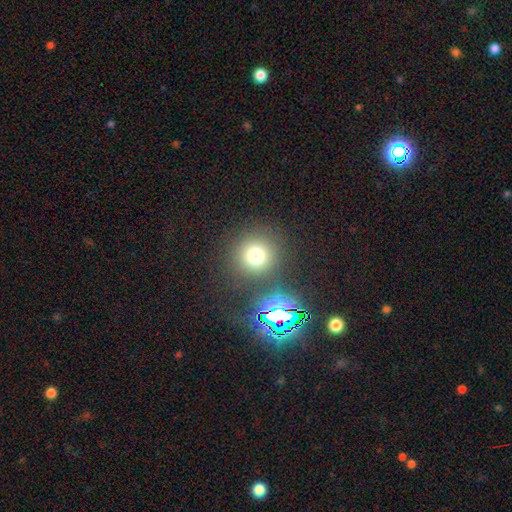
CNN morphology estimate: Smooth or featured: smooth — 70% (star or artifact — 23%)
How rounded: round — 94% (in between — 5%)
Merging: none — 84% (minor disturbance — 7%)